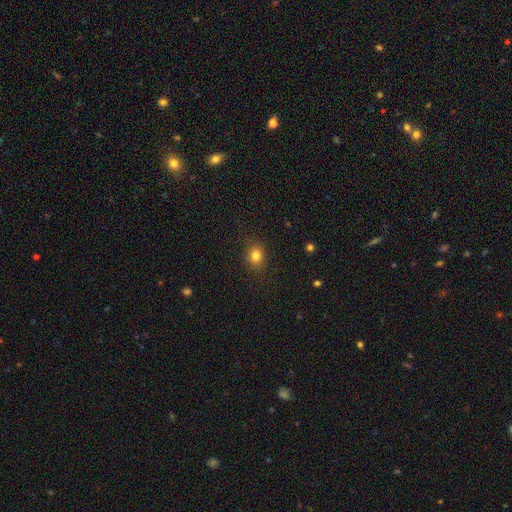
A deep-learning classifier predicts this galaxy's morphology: Q: Smooth or featured?
A: smooth (81%); runner-up: star or artifact (12%)
Q: How rounded?
A: round (63%); runner-up: in between (36%)
Q: Merging?
A: none (84%); runner-up: minor disturbance (11%)